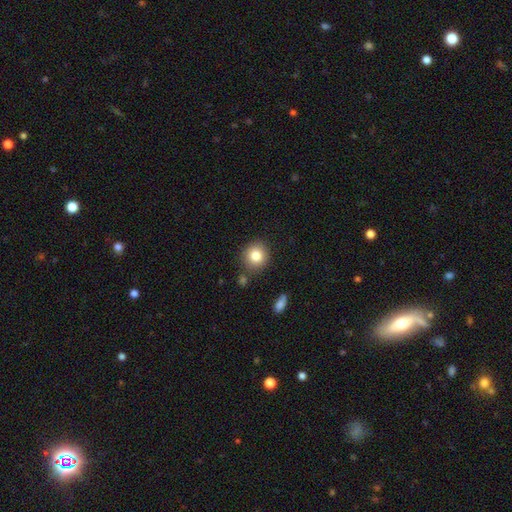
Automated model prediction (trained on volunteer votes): Morphology: type=smooth (83%); roundness=round (85%); merging=none (83%).